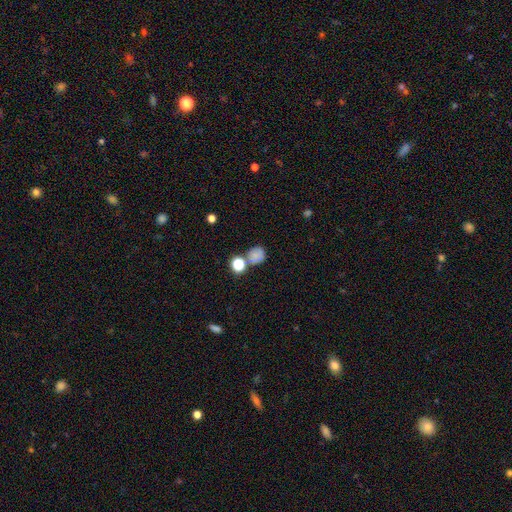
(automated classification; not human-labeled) Smooth or featured? smooth (73%)
How rounded? round (74%)
Merging? none (56%)